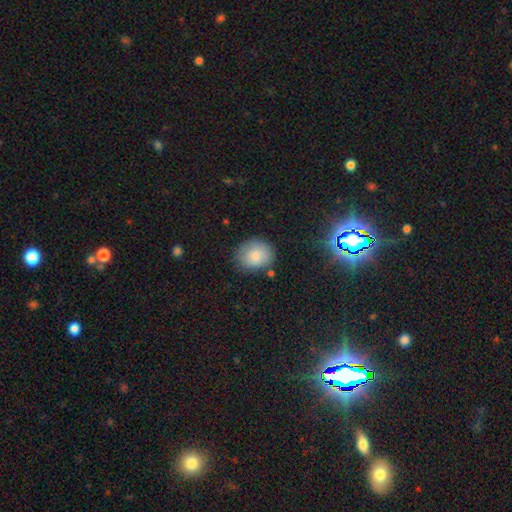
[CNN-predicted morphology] This is clearly a smooth galaxy (82%). How rounded: possibly round (52%). Merging: likely none (73%).